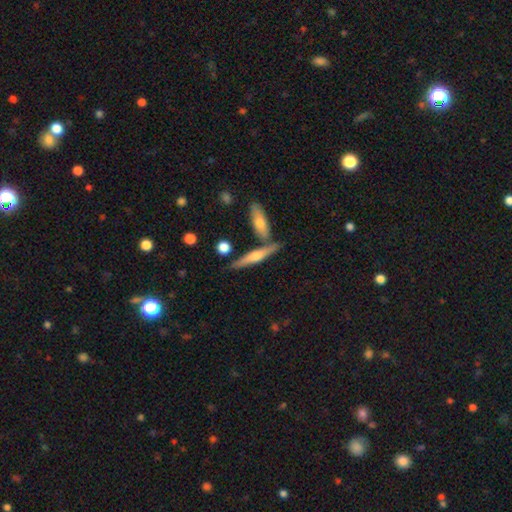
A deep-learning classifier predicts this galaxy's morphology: smooth_or_featured: featured or disk (p=0.58) [alt: smooth p=0.35]
disk_edge_on: yes (p=0.96) [alt: no p=0.04]
edge_on_bulge: rounded (p=0.84) [alt: boxy p=0.09]
merging: none (p=0.72) [alt: merger p=0.16]